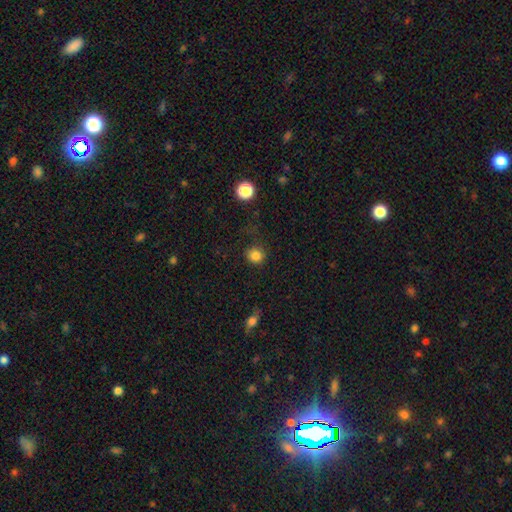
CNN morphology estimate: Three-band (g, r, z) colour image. It shows a smooth galaxy with no disk features (83%) that is round (86%). Merging: none (78%).